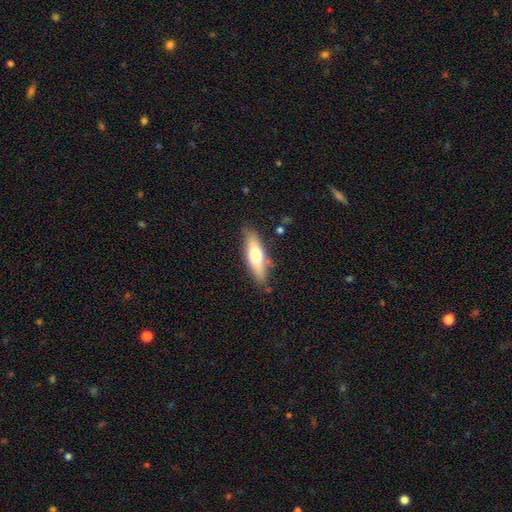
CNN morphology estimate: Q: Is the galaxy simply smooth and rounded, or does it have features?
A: smooth — 60%.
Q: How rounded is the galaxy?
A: cigar-shaped — 51%.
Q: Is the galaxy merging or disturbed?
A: none — 81%.